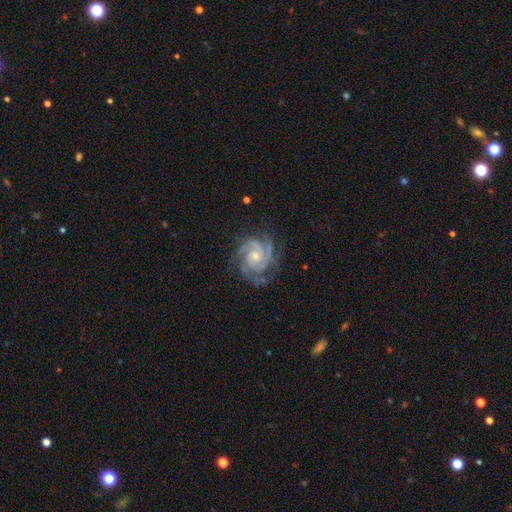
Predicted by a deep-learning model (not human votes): Smooth or featured? Predicted: featured or disk (p=0.92). Edge-on disk? Predicted: no (p=0.98). Bar? Predicted: no (p=0.67). Spiral arms? Predicted: yes (p=0.99). Spiral winding? Predicted: tight (p=0.70). Spiral arm count? Predicted: 3 (p=0.43). Bulge size? Predicted: small (p=0.51). Merging? Predicted: none (p=0.72).